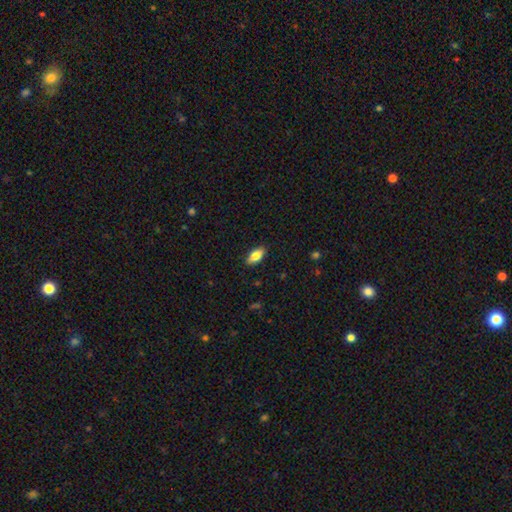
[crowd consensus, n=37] Smooth or featured: smooth — 65% (featured or disk — 32%)
How rounded: in between — 83% (cigar-shaped — 12%)
Merging: none — 94% (minor disturbance — 6%)